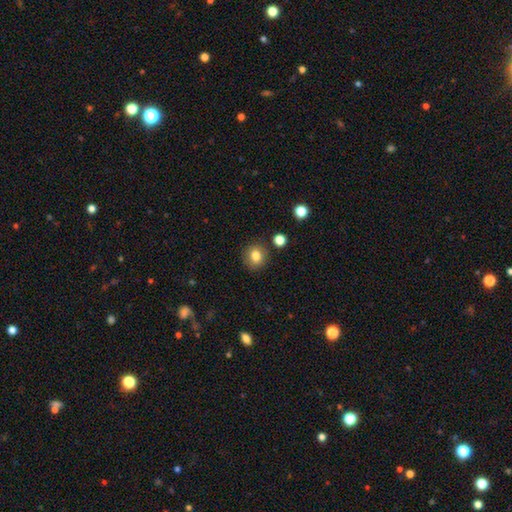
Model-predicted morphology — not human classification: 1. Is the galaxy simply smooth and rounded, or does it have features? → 82% smooth, 11% star or artifact, 7% featured or disk.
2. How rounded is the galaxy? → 84% round, 16% in between, 1% cigar-shaped.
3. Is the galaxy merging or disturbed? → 87% none, 8% minor disturbance, 2% merger, 2% major disturbance.